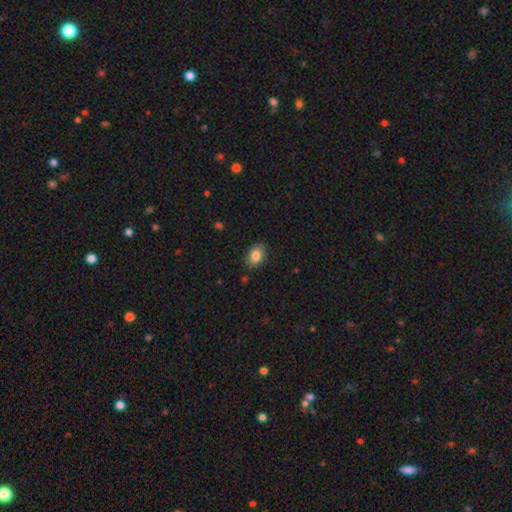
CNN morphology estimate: smooth 84%, star or artifact 9%, featured or disk 8%. Down the decision tree: how rounded — in between (75%); merging — none (83%).